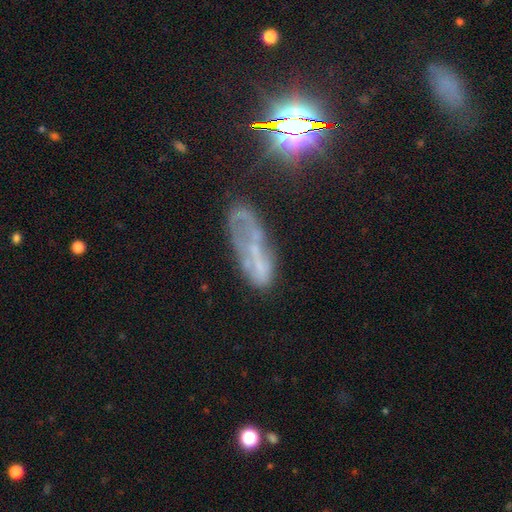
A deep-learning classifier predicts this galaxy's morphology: type=featured or disk (50%); merging=none (44%).